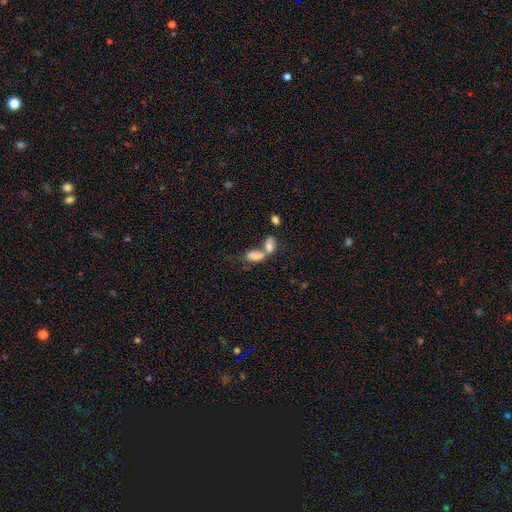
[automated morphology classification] Overall: smooth (74%). How rounded: in between (86%). Merging: merger (66%).